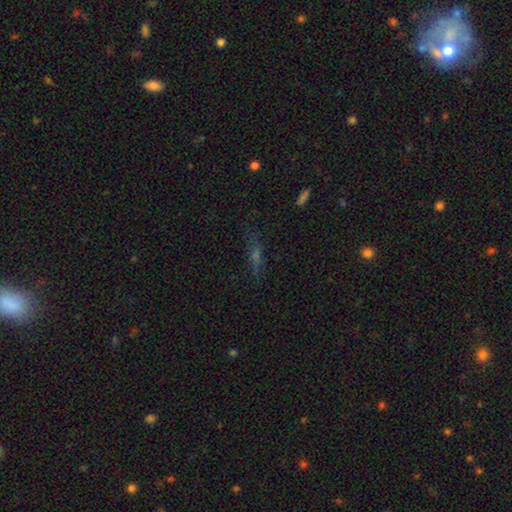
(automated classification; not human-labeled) Smooth or featured: featured or disk — 41% (smooth — 32%)
Merging: none — 80% (minor disturbance — 13%)